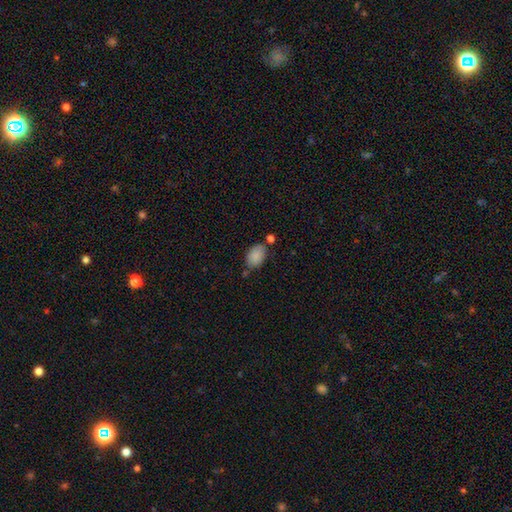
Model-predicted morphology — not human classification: A smooth galaxy with no disk features (87%) that is in between round and cigar-shaped (89%).

Vote fractions:
- Smooth or featured? smooth: 87% / star or artifact: 8% / featured or disk: 6%
- How rounded? in between: 89% / round: 10% / cigar-shaped: 1%
- Merging? none: 66% / minor disturbance: 18% / merger: 12% / major disturbance: 4%